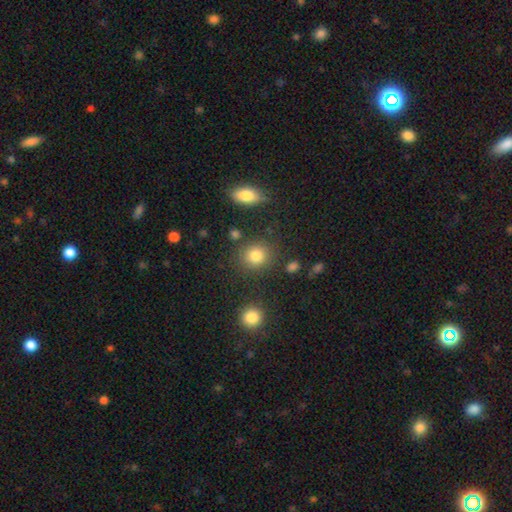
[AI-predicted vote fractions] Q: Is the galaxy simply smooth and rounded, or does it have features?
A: smooth — 83%.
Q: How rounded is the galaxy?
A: round — 80%.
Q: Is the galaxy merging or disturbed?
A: none — 81%.